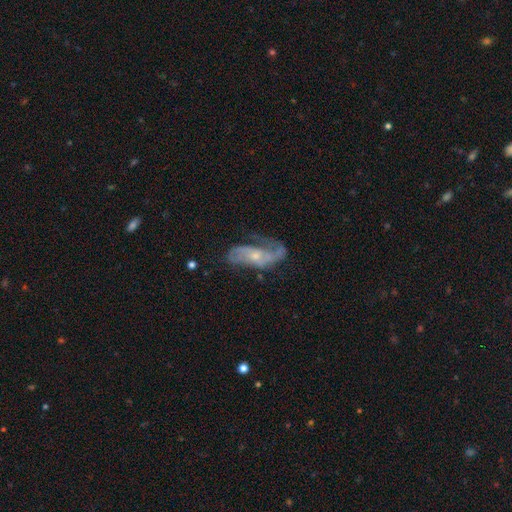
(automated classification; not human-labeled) Smooth or featured?
  - featured or disk: 79% *
  - smooth: 14%
  - star or artifact: 8%
Edge-on disk?
  - no: 93% *
  - yes: 7%
Bar?
  - no: 65% *
  - weak: 28%
  - strong: 7%
Spiral arms?
  - yes: 89% *
  - no: 11%
Spiral winding?
  - medium: 42% *
  - loose: 37%
  - tight: 21%
Spiral arm count?
  - 2: 65% *
  - can't tell: 15%
  - 1: 8%
  - 3: 7%
  - 4: 2%
  - more than 4: 2%
Bulge size?
  - small: 62% *
  - moderate: 31%
  - none: 4%
  - large: 2%
  - dominant: 1%
Merging?
  - none: 53% *
  - minor disturbance: 23%
  - major disturbance: 22%
  - merger: 3%